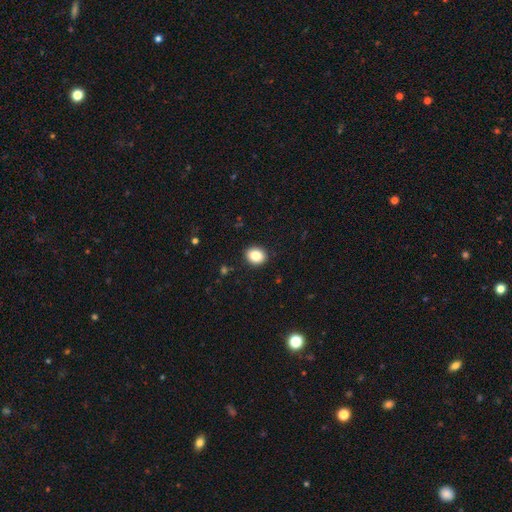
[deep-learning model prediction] Smooth or featured?
  - smooth: 84% *
  - star or artifact: 9%
  - featured or disk: 6%
How rounded?
  - round: 60% *
  - in between: 39%
  - cigar-shaped: 1%
Merging?
  - none: 91% *
  - minor disturbance: 6%
  - major disturbance: 2%
  - merger: 1%